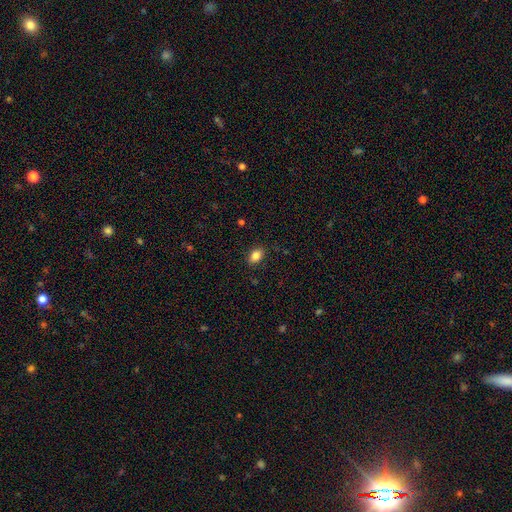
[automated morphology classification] The model was most divided on "how rounded": in between: 83%, round: 15%, cigar-shaped: 2%. More confident: merging — none (87%); smooth or featured — smooth (85%).